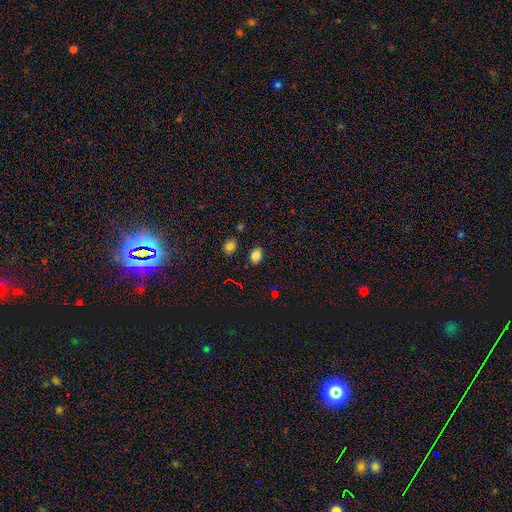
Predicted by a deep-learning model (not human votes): smooth-or-featured: smooth: 81% | star or artifact: 12% | featured or disk: 7%
  how-rounded: in between: 77% | round: 22% | cigar-shaped: 1%
  merging: none: 84% | minor disturbance: 10% | merger: 3% | major disturbance: 2%